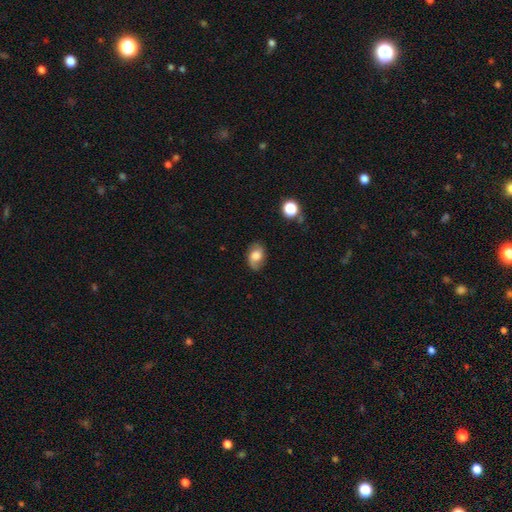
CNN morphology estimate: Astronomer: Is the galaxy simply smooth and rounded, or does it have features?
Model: smooth — 60%.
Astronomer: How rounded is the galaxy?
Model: in between — 81%.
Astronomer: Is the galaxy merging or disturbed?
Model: none — 75%.